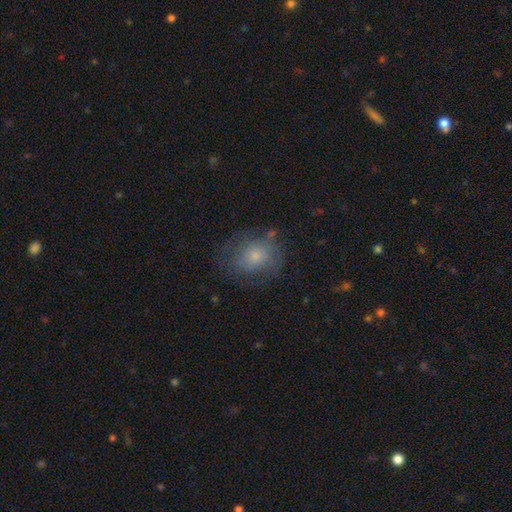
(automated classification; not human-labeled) A smooth galaxy with no disk features (66%) that is round (59%). Merging: none (60%).